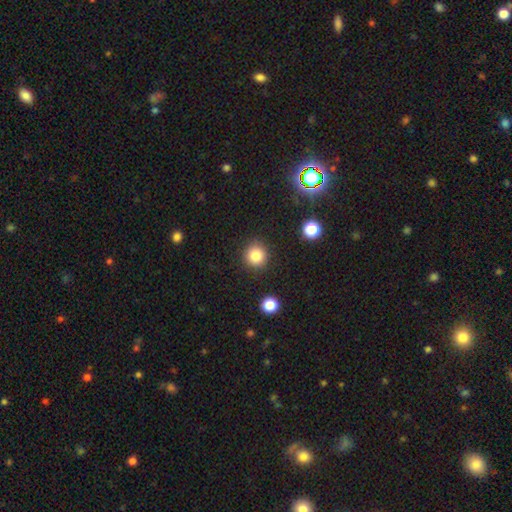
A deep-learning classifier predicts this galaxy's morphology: This appears to be a smooth galaxy with no disk features (82%) that is round (93%). Merging: none (90%).